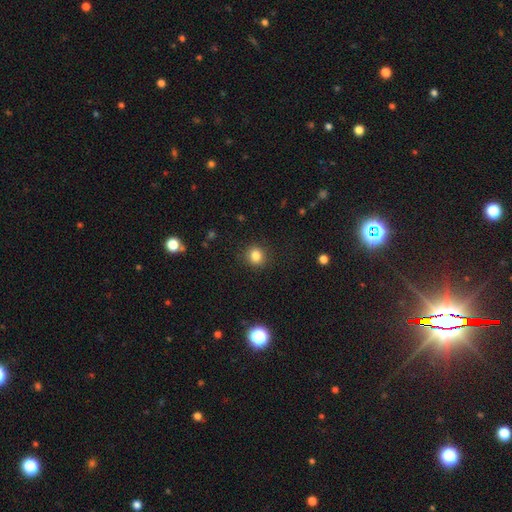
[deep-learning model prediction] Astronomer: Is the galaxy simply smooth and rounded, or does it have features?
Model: smooth — 83%.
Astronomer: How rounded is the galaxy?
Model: round — 84%.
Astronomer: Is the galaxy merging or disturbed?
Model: none — 89%.